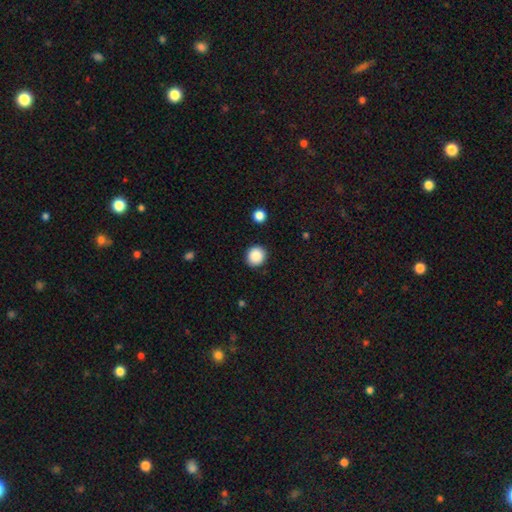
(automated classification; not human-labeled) smooth 88%, star or artifact 9%, featured or disk 3%. Down the decision tree: how rounded — round (90%); merging — none (90%).